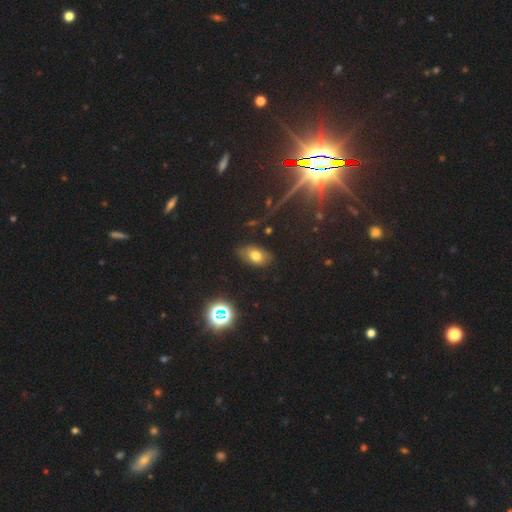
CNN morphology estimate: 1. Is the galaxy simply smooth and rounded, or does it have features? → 71% smooth, 15% star or artifact, 14% featured or disk.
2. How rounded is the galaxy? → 88% in between, 9% round, 2% cigar-shaped.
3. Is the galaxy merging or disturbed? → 81% none, 14% minor disturbance, 3% major disturbance, 2% merger.